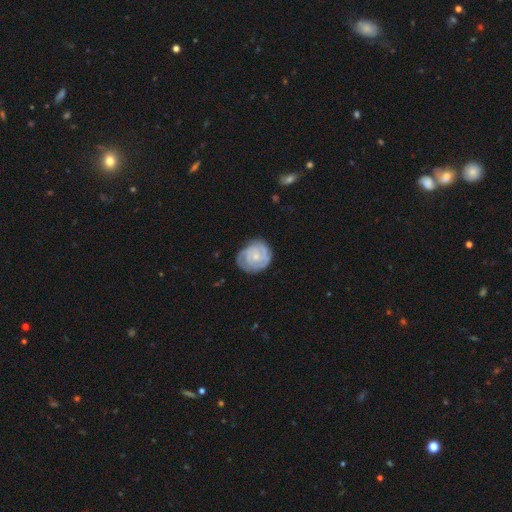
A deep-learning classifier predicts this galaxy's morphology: Overall: featured or disk (79%). Edge-on disk: no (98%). Bar: no (72%). Spiral arms: yes (94%). Spiral arm count: 3 (32%; can't tell 25%). Spiral winding: tight (68%). Bulge size: small (66%; moderate 28%). Merging: none (73%).